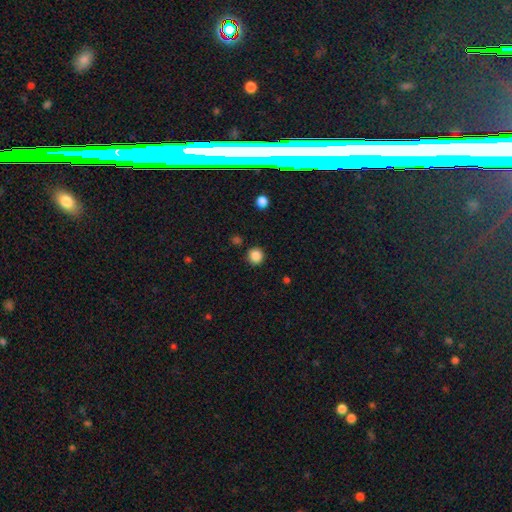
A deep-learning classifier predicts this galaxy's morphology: Q: Smooth or featured?
A: smooth (86%); runner-up: star or artifact (11%)
Q: How rounded?
A: round (93%); runner-up: in between (6%)
Q: Merging?
A: none (88%); runner-up: minor disturbance (7%)